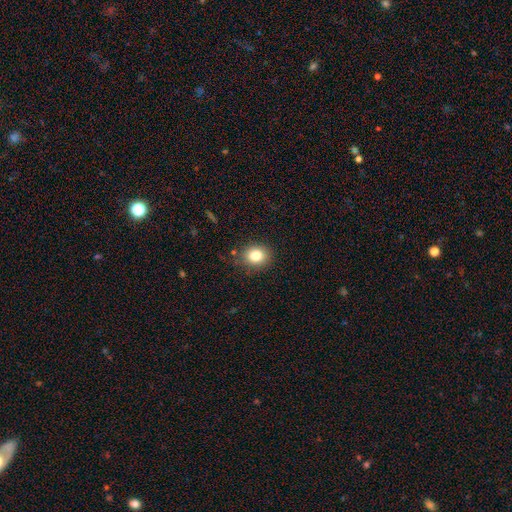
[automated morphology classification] type=smooth (82%); roundness=round (66%); merging=none (83%).